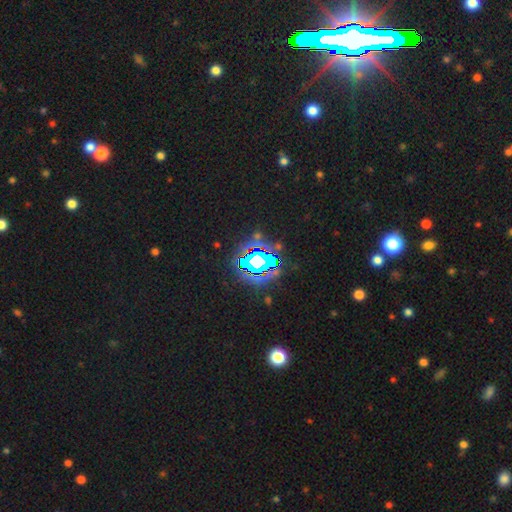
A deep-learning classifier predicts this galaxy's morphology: Smooth or featured? Predicted: star or artifact (p=0.71).